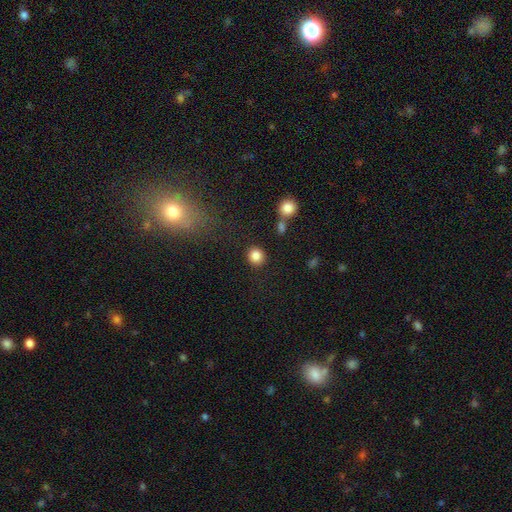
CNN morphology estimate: Smooth or featured? Predicted: smooth (p=0.86). How rounded? Predicted: round (p=0.88). Merging? Predicted: none (p=0.87).